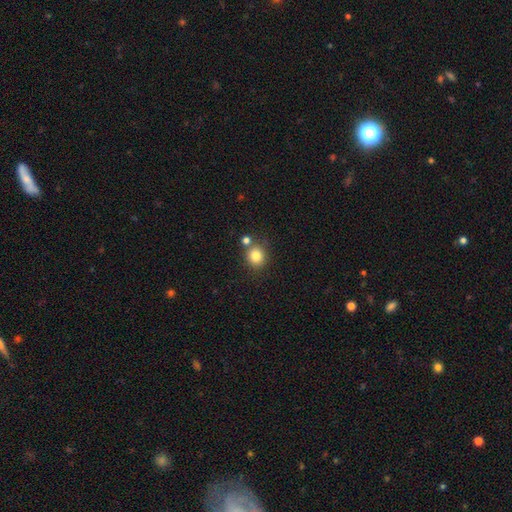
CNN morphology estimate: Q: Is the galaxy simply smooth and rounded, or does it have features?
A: smooth — 82%.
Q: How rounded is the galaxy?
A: round — 84%.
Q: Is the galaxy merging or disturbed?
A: none — 71%.